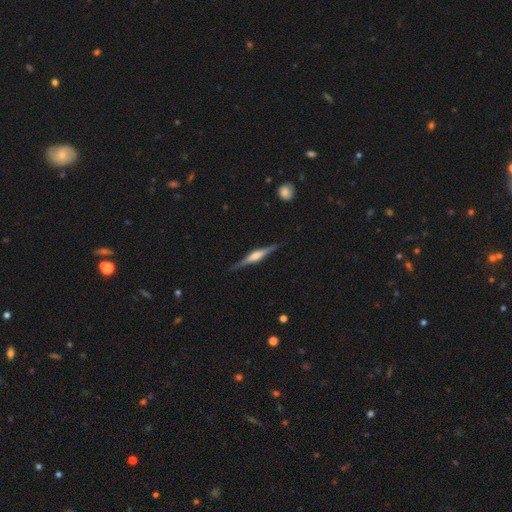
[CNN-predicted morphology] featured or disk 75%, smooth 20%, star or artifact 5%. Down the decision tree: edge-on disk — yes (98%); edge-on bulge — rounded (67%); merging — none (87%).